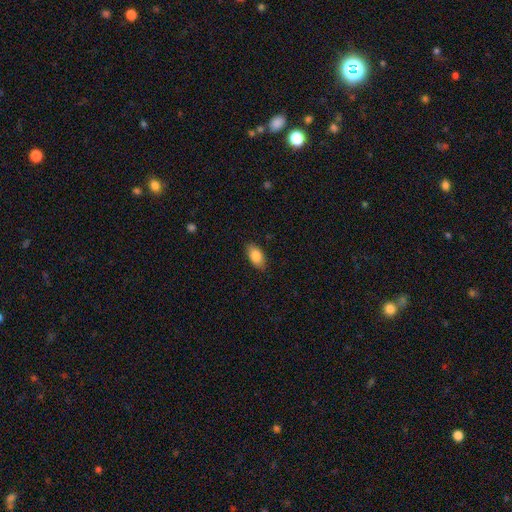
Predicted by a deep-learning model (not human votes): Q: Smooth or featured?
A: smooth (86%); runner-up: featured or disk (8%)
Q: How rounded?
A: in between (93%); runner-up: round (4%)
Q: Merging?
A: none (86%); runner-up: minor disturbance (11%)